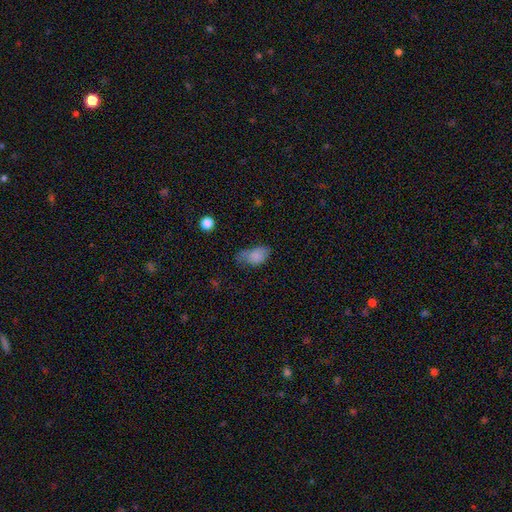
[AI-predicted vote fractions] Smooth or featured? smooth (79%)
How rounded? in between (90%)
Merging? minor disturbance (39%)